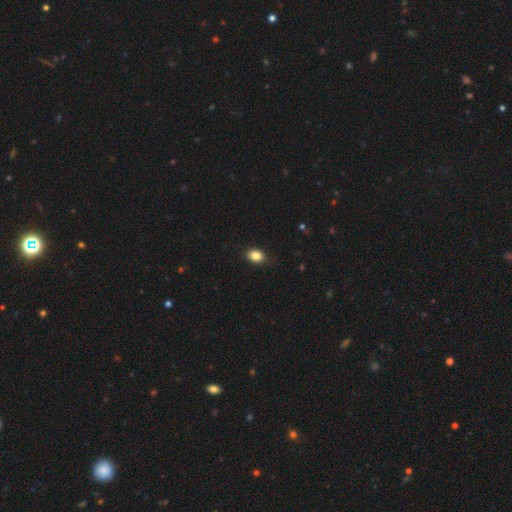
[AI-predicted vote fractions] This appears to be a smooth galaxy with no disk features (85%) that is in between round and cigar-shaped (64%). Merging: none (88%).